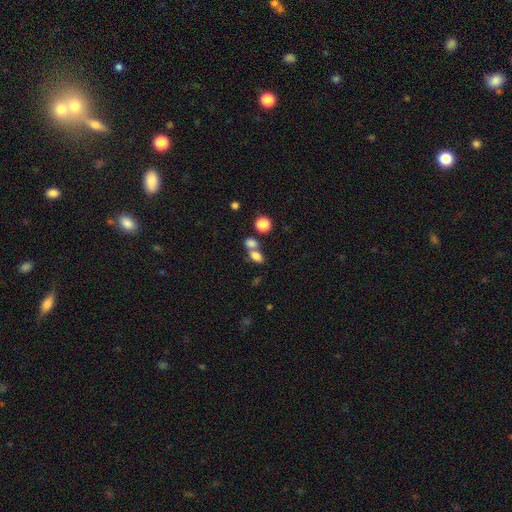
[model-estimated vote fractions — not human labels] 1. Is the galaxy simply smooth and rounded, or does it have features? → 79% smooth, 12% star or artifact, 10% featured or disk.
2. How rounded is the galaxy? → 80% in between, 17% round, 3% cigar-shaped.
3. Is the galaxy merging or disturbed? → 45% merger, 41% none, 9% minor disturbance, 5% major disturbance.